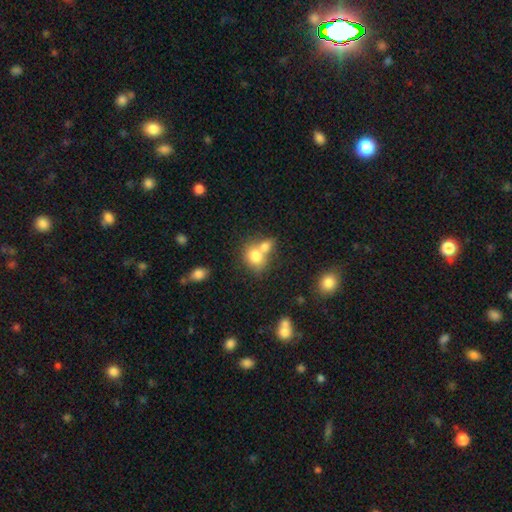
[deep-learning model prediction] A smooth galaxy with no disk features (77%) that is round (55%).

Vote fractions:
- Smooth or featured? smooth: 77% / featured or disk: 14% / star or artifact: 9%
- How rounded? round: 55% / in between: 43% / cigar-shaped: 1%
- Merging? merger: 61% / none: 27% / minor disturbance: 8% / major disturbance: 4%